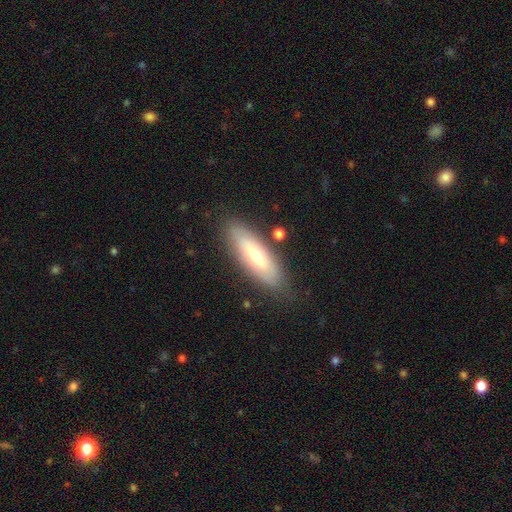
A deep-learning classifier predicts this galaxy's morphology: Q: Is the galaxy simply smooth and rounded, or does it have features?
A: smooth — 59%.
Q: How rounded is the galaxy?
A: in between — 51%.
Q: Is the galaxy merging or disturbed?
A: none — 82%.